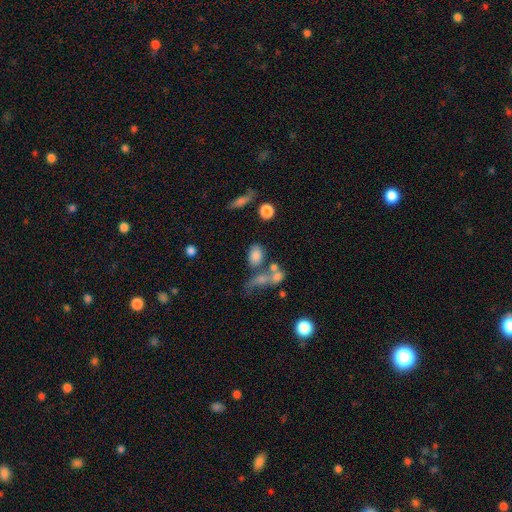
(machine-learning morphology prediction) Smooth or featured? Predicted: smooth (p=0.76). How rounded? Predicted: in between (p=0.81). Merging? Predicted: none (p=0.42).